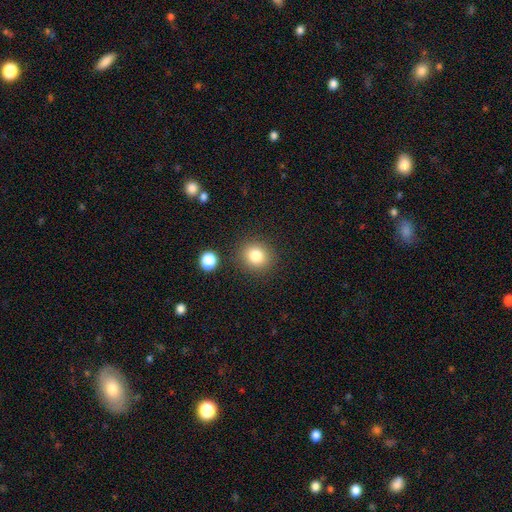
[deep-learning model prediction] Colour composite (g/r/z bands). It shows a smooth galaxy with no disk features (82%) that is round (84%). Merging: none (86%).